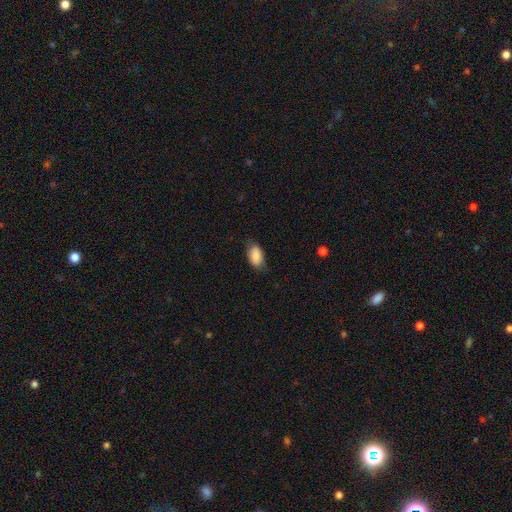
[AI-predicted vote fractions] smooth-or-featured: smooth: 85% | featured or disk: 8% | star or artifact: 7%
  how-rounded: in between: 93% | round: 5% | cigar-shaped: 2%
  merging: none: 70% | minor disturbance: 23% | major disturbance: 5% | merger: 1%